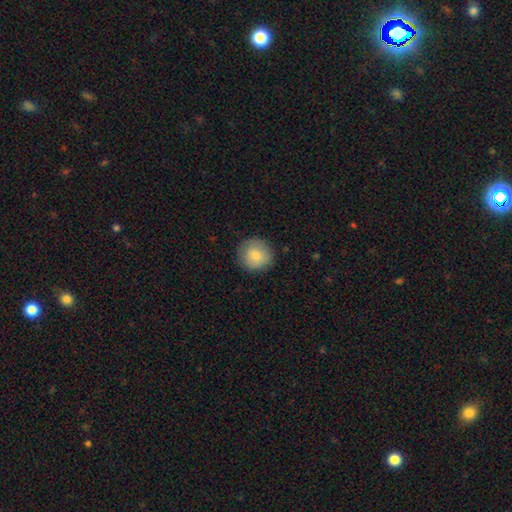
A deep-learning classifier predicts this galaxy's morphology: Overall: smooth (83%). How rounded: round (93%). Merging: none (86%).